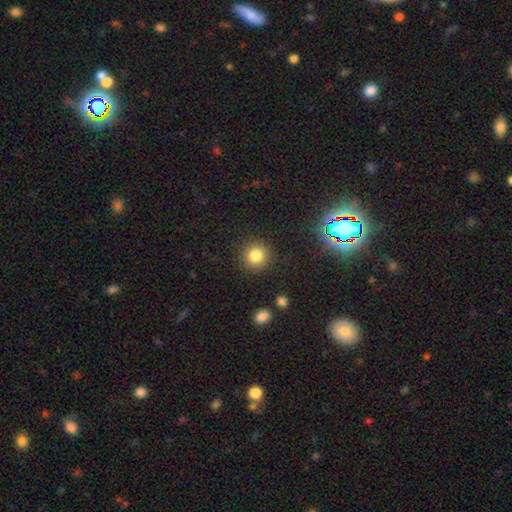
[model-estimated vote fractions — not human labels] A smooth galaxy with no disk features (81%) that is round (92%).

Vote fractions:
- Smooth or featured? smooth: 81% / star or artifact: 13% / featured or disk: 6%
- How rounded? round: 92% / in between: 7% / cigar-shaped: 1%
- Merging? none: 90% / minor disturbance: 6% / major disturbance: 3% / merger: 2%